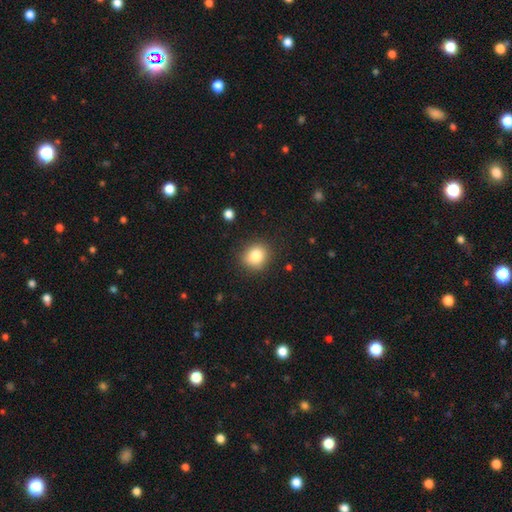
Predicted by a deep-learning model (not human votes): A smooth galaxy with no disk features (83%) that is round (81%).

Vote fractions:
- Smooth or featured? smooth: 83% / star or artifact: 10% / featured or disk: 7%
- How rounded? round: 81% / in between: 19% / cigar-shaped: 1%
- Merging? none: 87% / minor disturbance: 9% / major disturbance: 3% / merger: 1%